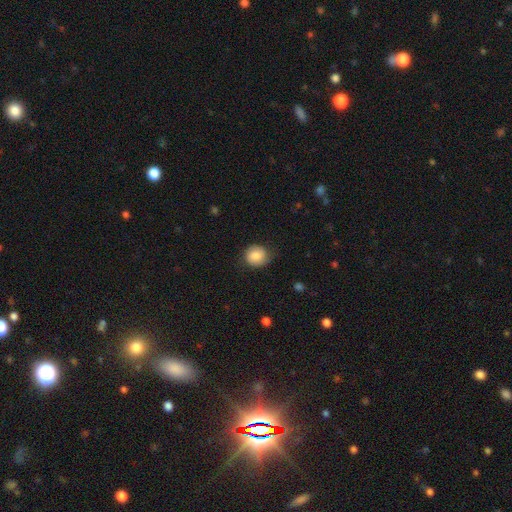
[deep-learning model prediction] Overall: smooth (75%). How rounded: round (82%). Merging: none (76%).